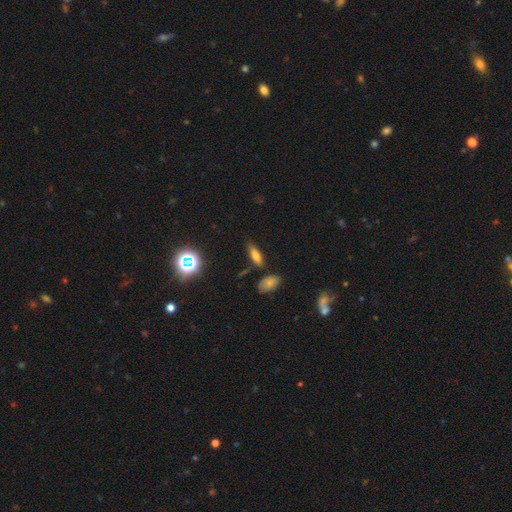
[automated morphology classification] A smooth galaxy with no disk features (66%) that is in between round and cigar-shaped (61%). Merging: none (75%).